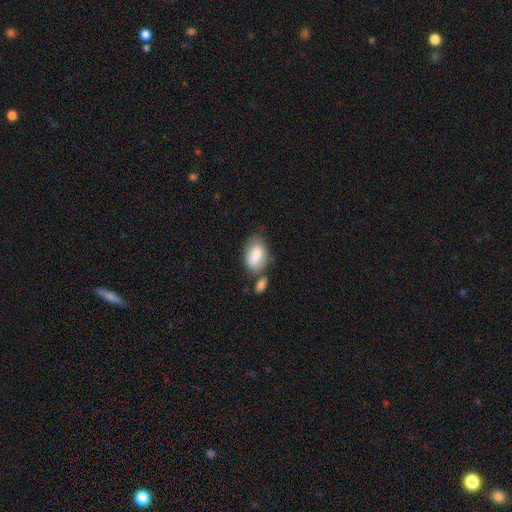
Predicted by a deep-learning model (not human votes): Smooth or featured: smooth — 84% (featured or disk — 10%)
How rounded: in between — 92% (round — 6%)
Merging: none — 44% (merger — 29%)